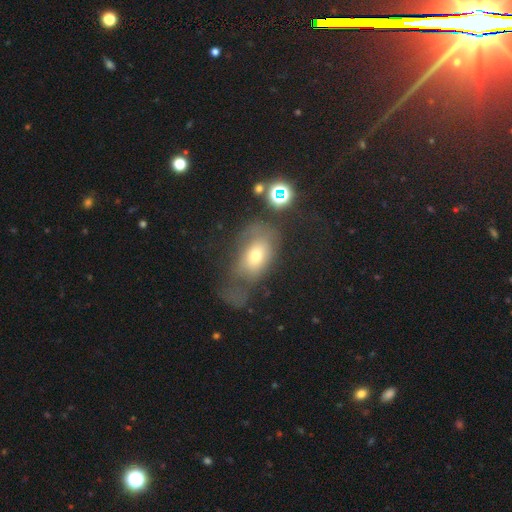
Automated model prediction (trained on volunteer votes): smooth-or-featured: smooth: 57% | featured or disk: 28% | star or artifact: 14%
  how-rounded: in between: 80% | round: 18% | cigar-shaped: 3%
  merging: major disturbance: 45% | none: 27% | minor disturbance: 22% | merger: 6%